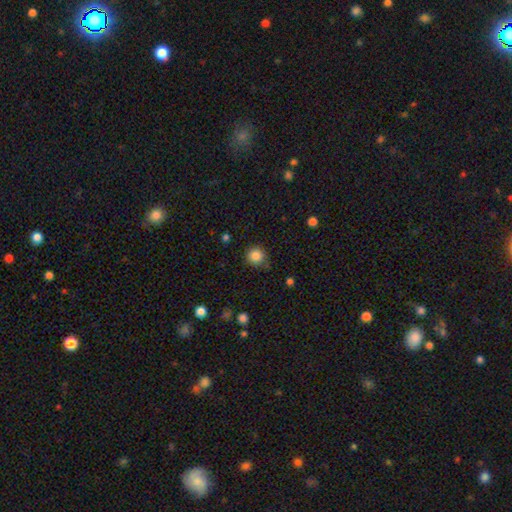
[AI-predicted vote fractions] This is clearly a smooth galaxy (85%). How rounded: clearly round (93%). Merging: likely none (79%).